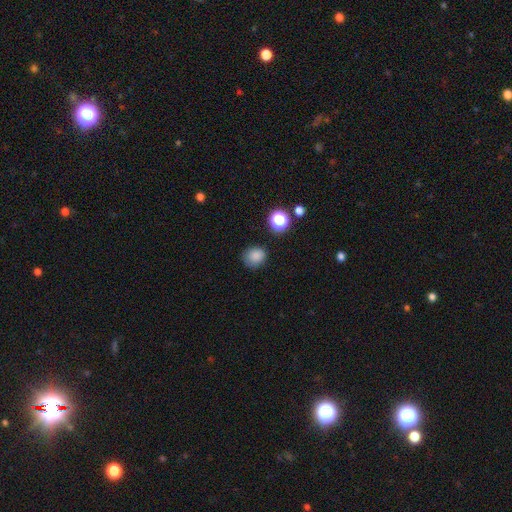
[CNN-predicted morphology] smooth-or-featured: smooth: 82% | star or artifact: 13% | featured or disk: 5%
  how-rounded: round: 74% | in between: 25% | cigar-shaped: 1%
  merging: none: 77% | minor disturbance: 17% | major disturbance: 4% | merger: 3%